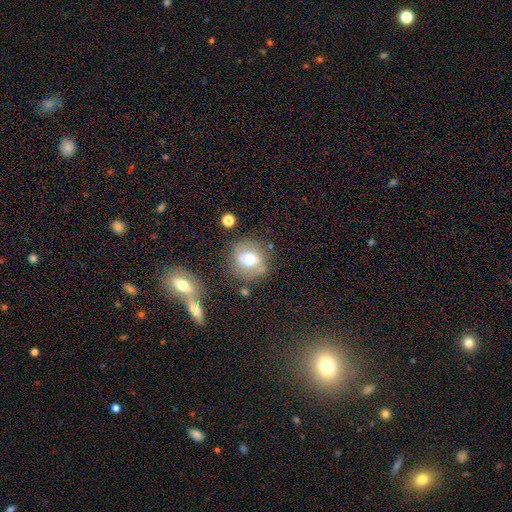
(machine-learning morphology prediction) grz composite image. It shows a smooth galaxy with no disk features (63%) that is round (76%). Merging: none (72%).